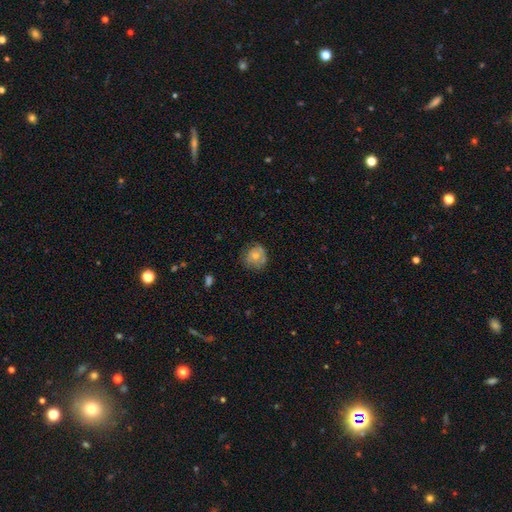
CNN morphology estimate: This appears to be a smooth galaxy with no disk features (62%) that is round (83%). Merging: none (65%).